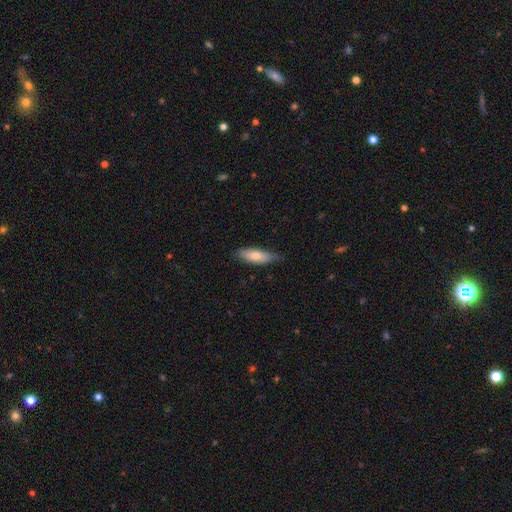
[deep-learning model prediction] smooth-or-featured: smooth: 75% | featured or disk: 19% | star or artifact: 6%
  how-rounded: cigar-shaped: 49% (tied) | in between: 49% (tied) | round: 2%
  merging: none: 75% | minor disturbance: 20% | major disturbance: 3% | merger: 1%